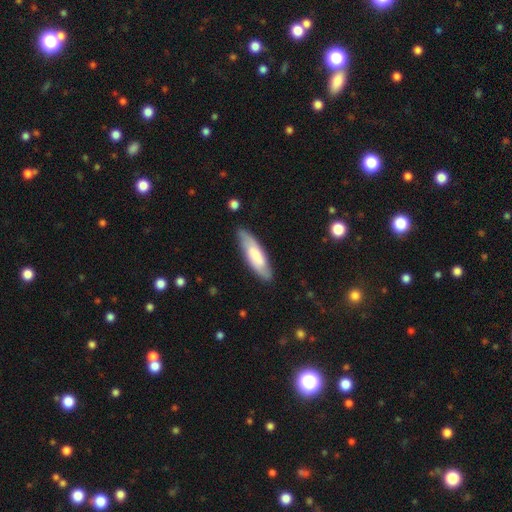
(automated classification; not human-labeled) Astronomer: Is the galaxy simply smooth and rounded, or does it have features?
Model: smooth — 57% (runner-up: featured or disk, 37%).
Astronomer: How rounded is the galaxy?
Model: cigar-shaped — 52% (runner-up: in between, 46%).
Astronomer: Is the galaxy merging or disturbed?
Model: none — 83%.